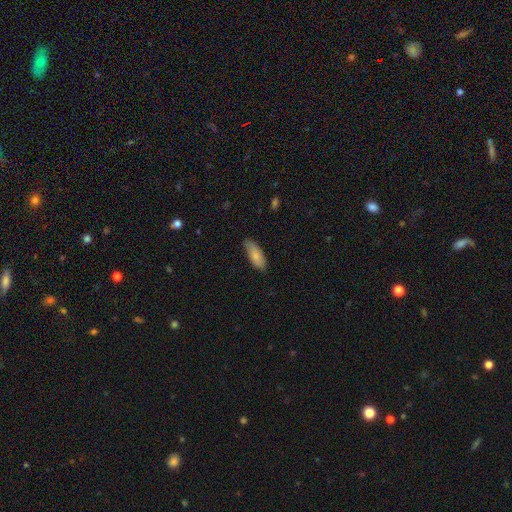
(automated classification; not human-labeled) Smooth or featured? Predicted: smooth (p=0.81). How rounded? Predicted: in between (p=0.77). Merging? Predicted: none (p=0.72).